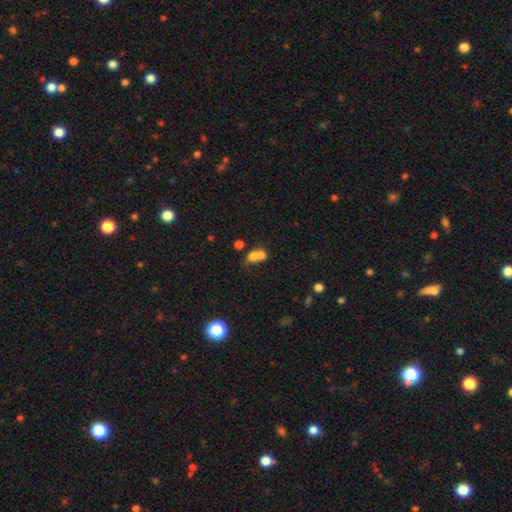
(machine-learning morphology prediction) Smooth or featured? smooth (69%)
How rounded? in between (56%)
Merging? merger (68%)